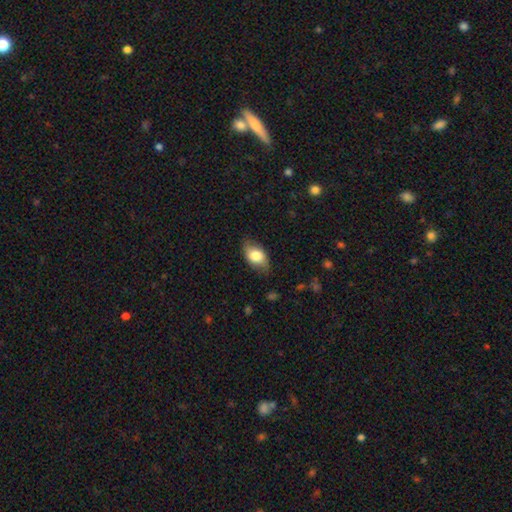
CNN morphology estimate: This is likely a smooth galaxy (74%). How rounded: clearly in between (90%). Merging: likely none (78%).